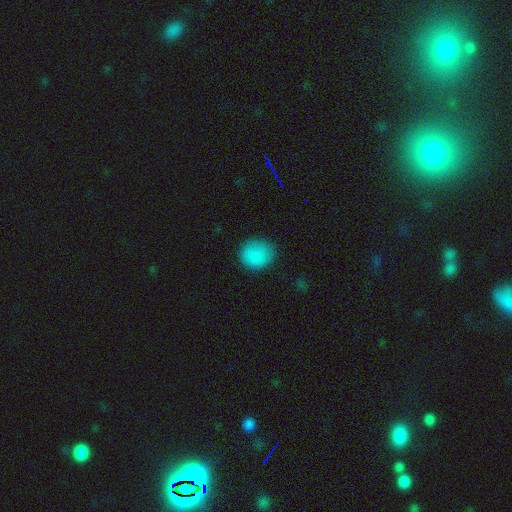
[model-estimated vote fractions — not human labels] Smooth or featured? smooth (86%)
How rounded? round (78%)
Merging? none (82%)